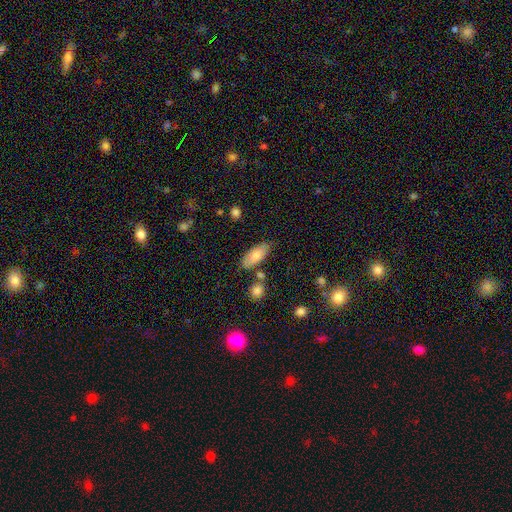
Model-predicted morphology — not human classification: smooth-or-featured: smooth: 77% | featured or disk: 17% | star or artifact: 7%
  how-rounded: in between: 85% | cigar-shaped: 13% | round: 3%
  merging: none: 75% | minor disturbance: 15% | merger: 7% | major disturbance: 3%